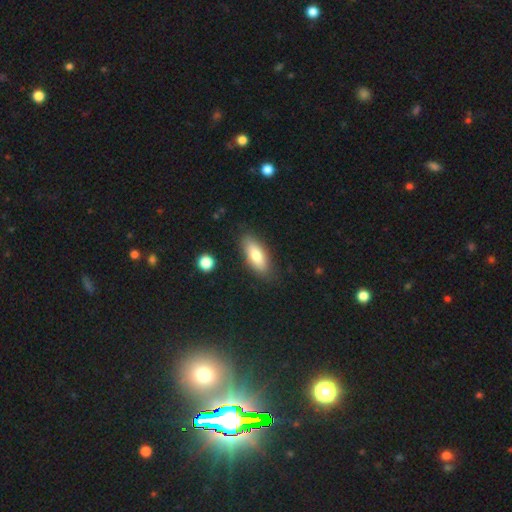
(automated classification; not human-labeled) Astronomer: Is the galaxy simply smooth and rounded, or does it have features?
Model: smooth — 78%.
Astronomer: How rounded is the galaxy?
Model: in between — 73%.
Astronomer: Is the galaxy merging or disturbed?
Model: none — 82%.